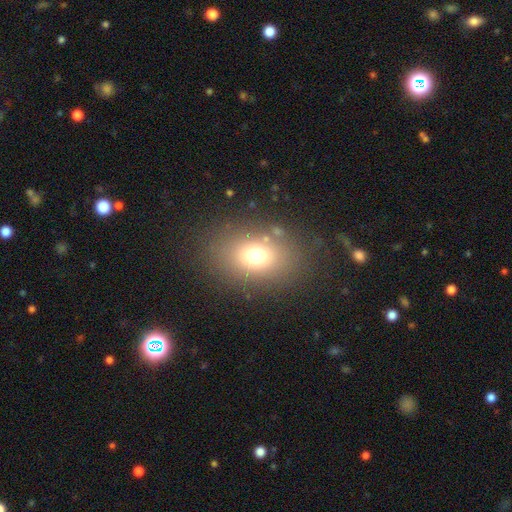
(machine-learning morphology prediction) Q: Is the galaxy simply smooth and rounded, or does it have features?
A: smooth — 73%.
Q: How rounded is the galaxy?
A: in between — 73%.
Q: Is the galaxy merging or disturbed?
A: none — 80%.